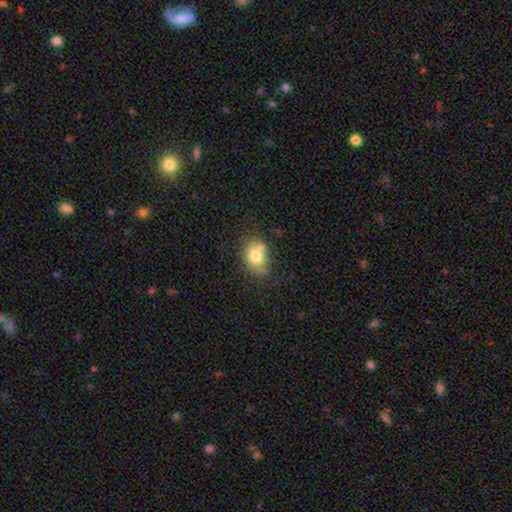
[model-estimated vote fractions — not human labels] Smooth or featured? Predicted: smooth (p=0.74). How rounded? Predicted: in between (p=0.62). Merging? Predicted: none (p=0.62).